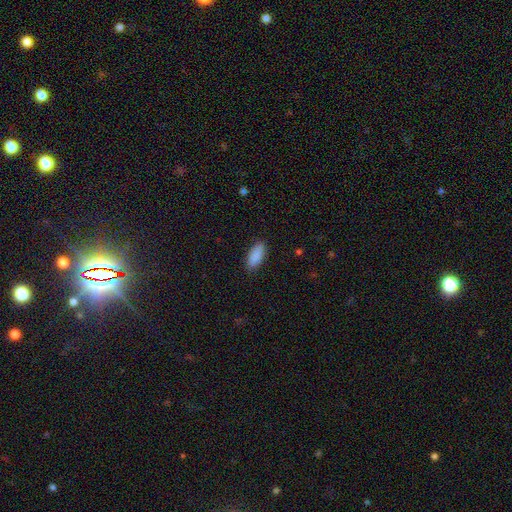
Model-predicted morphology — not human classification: The model was most divided on "merging": none: 86%, minor disturbance: 10%, major disturbance: 2%, merger: 1%. More confident: smooth or featured — smooth (90%); how rounded — in between (87%).